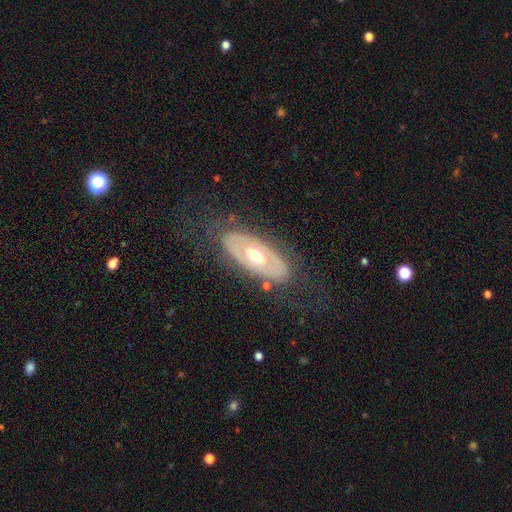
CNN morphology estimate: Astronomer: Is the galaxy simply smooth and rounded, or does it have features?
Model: featured or disk — 62%.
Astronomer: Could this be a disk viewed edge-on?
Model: no — 85%.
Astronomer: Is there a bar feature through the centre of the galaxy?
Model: no — 82%.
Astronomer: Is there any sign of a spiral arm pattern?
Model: no — 85%.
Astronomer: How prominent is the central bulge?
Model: moderate — 70%.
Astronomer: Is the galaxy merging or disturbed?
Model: none — 77%.